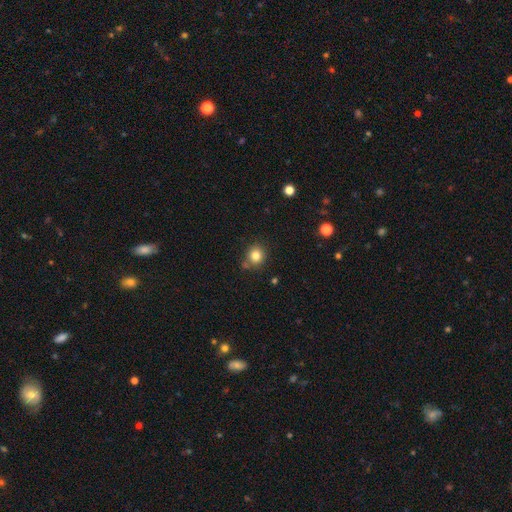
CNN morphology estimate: This appears to be a smooth galaxy with no disk features (83%) that is round (86%). Merging: none (76%).